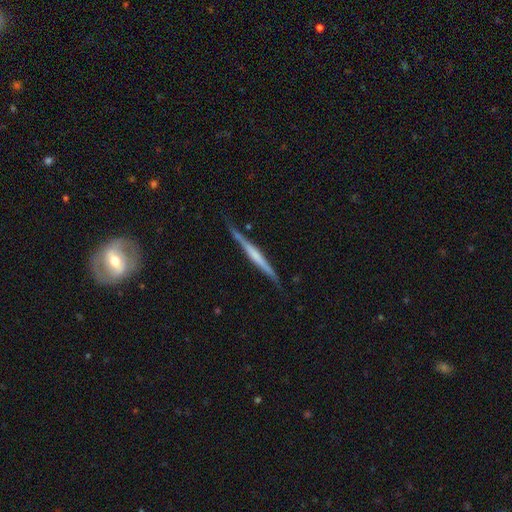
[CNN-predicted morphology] Smooth or featured? featured or disk (67%)
Edge-on disk? yes (98%)
Edge-on bulge? none (49%)
Merging? none (82%)